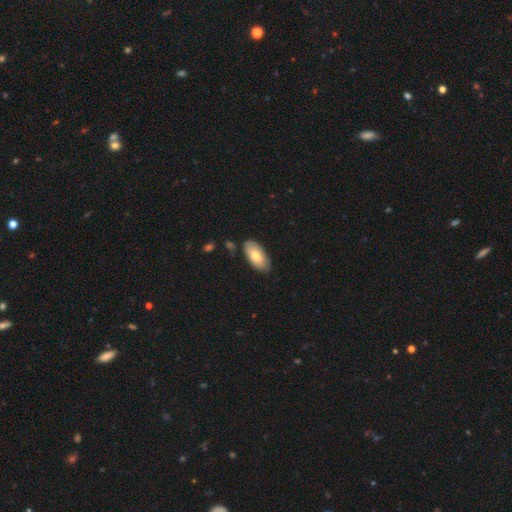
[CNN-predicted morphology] Smooth or featured? smooth (72%)
How rounded? in between (94%)
Merging? none (81%)